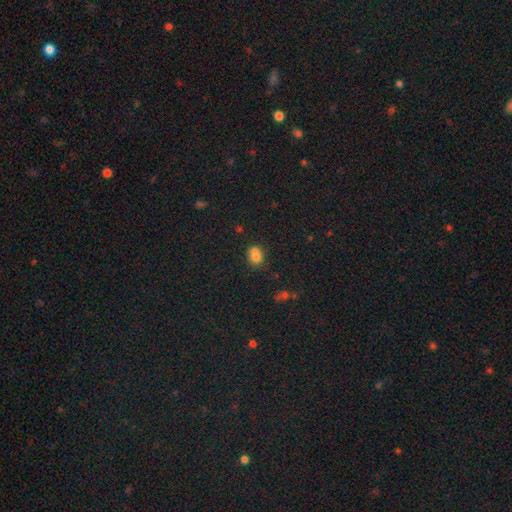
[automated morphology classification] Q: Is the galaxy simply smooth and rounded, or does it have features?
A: smooth — 76%.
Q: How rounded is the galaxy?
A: in between — 53%.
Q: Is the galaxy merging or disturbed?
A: none — 53%.